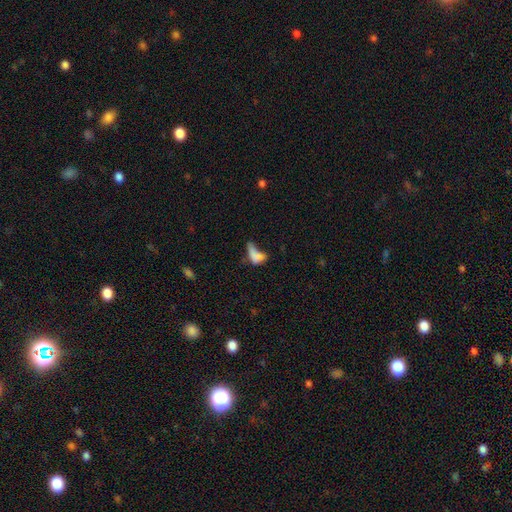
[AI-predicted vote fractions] This appears to be a smooth galaxy with no disk features (68%) that is in between round and cigar-shaped (79%). Merging: major disturbance (39%).